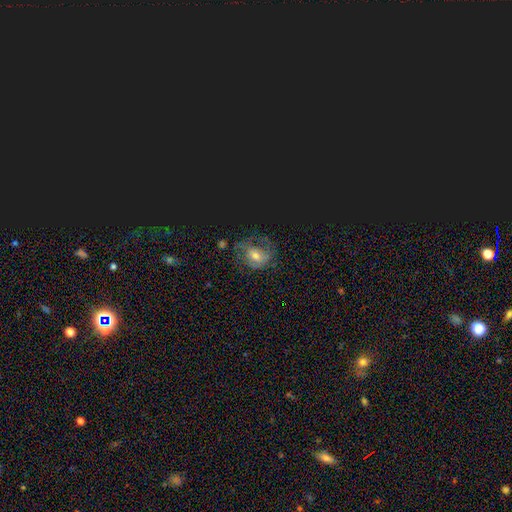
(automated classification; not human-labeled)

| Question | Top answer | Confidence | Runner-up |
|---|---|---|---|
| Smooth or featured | featured or disk | 42% | smooth (30%) |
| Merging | none | 60% | minor disturbance (21%) |